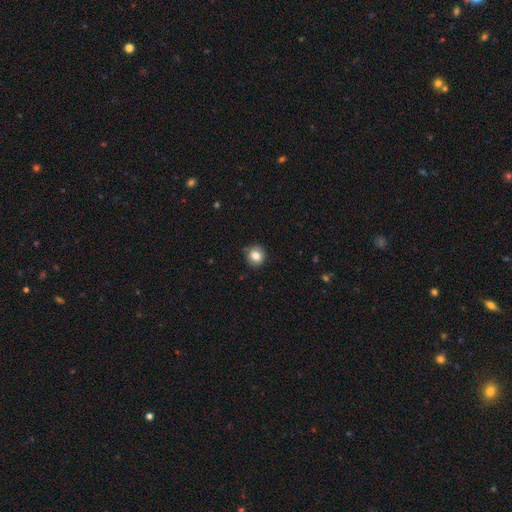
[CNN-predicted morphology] smooth-or-featured: smooth: 81% | star or artifact: 10% | featured or disk: 9%
  how-rounded: round: 87% | in between: 12% | cigar-shaped: 1%
  merging: none: 85% | minor disturbance: 11% | major disturbance: 2% | merger: 1%